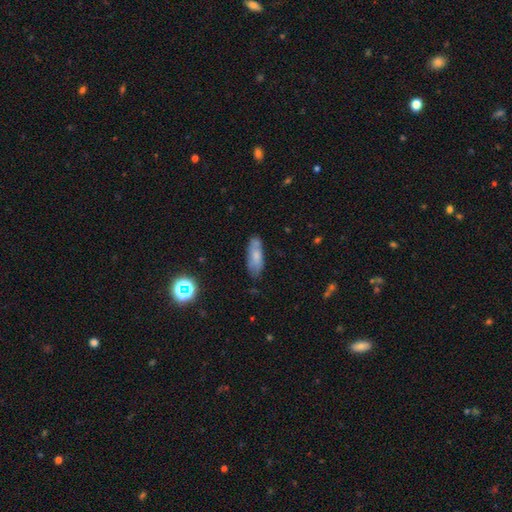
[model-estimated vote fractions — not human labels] smooth 69%, featured or disk 23%, star or artifact 9%. Down the decision tree: how rounded — in between (66%); merging — none (67%).